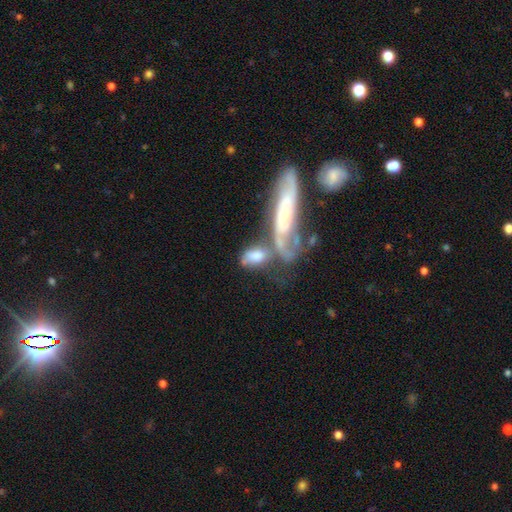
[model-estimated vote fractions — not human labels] smooth-or-featured: smooth: 58% | featured or disk: 33% | star or artifact: 8%
  how-rounded: in between: 81% | cigar-shaped: 12% | round: 7%
  merging: merger: 51% | none: 22% | major disturbance: 14% | minor disturbance: 13%